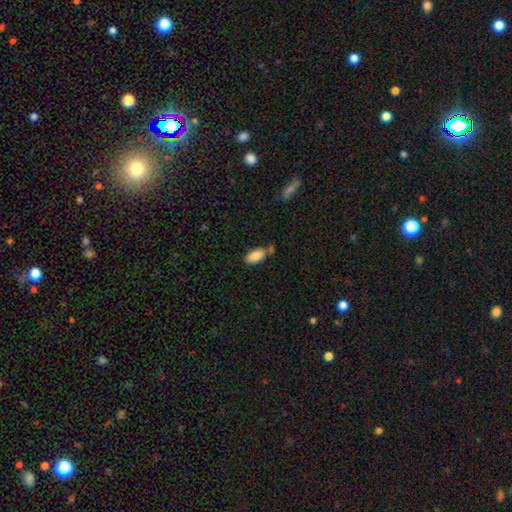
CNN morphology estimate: Smooth or featured? Predicted: smooth (p=0.87). How rounded? Predicted: in between (p=0.93). Merging? Predicted: none (p=0.64).